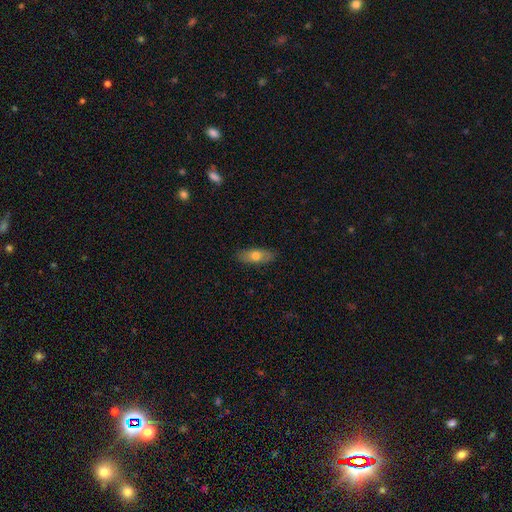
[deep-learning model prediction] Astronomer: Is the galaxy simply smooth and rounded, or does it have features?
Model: smooth — 67%.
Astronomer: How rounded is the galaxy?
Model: in between — 76%.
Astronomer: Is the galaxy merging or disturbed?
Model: none — 86%.